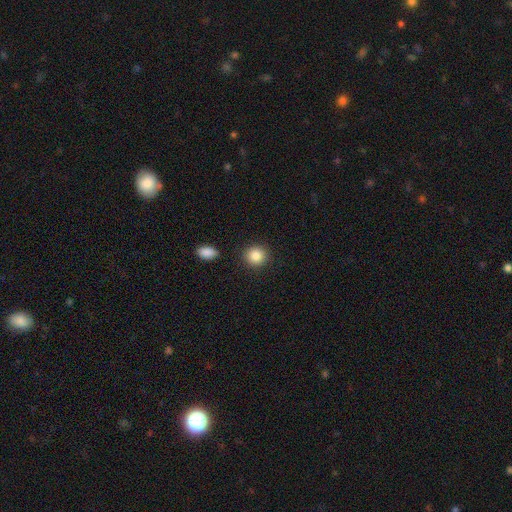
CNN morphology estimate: Q: Smooth or featured?
A: smooth (87%); runner-up: star or artifact (8%)
Q: How rounded?
A: round (88%); runner-up: in between (11%)
Q: Merging?
A: none (88%); runner-up: minor disturbance (7%)